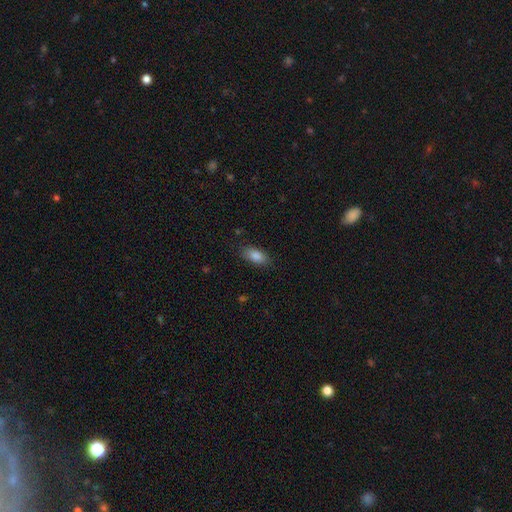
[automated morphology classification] Smooth or featured? smooth (86%)
How rounded? in between (89%)
Merging? none (82%)